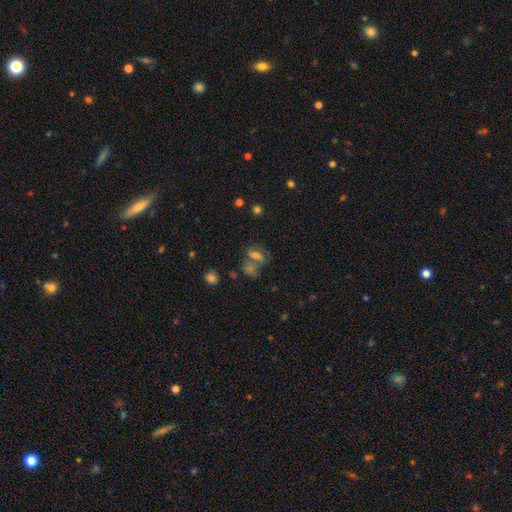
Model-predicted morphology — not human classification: Overall: smooth (51%; featured or disk 27%). How rounded: in between (70%). Merging: merger (40%; none 37%).